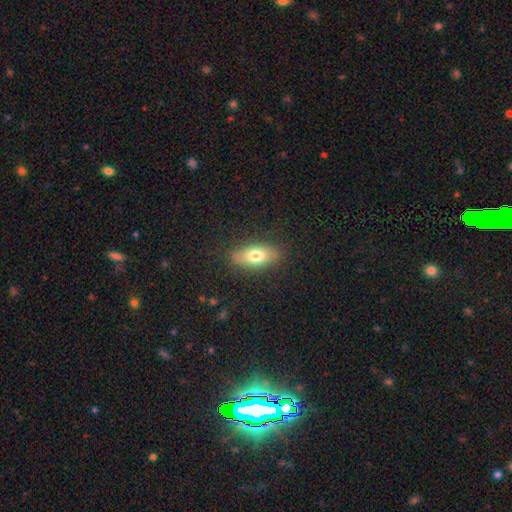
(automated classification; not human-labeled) Q: Smooth or featured?
A: smooth (72%); runner-up: featured or disk (20%)
Q: How rounded?
A: in between (83%); runner-up: cigar-shaped (12%)
Q: Merging?
A: none (84%); runner-up: minor disturbance (11%)